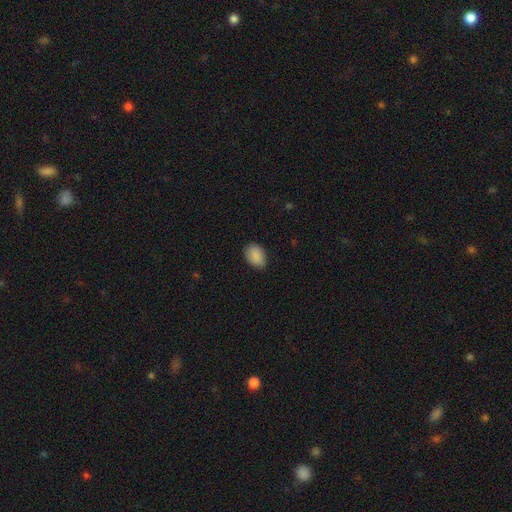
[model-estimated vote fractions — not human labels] A smooth galaxy with no disk features (90%) that is in between round and cigar-shaped (82%). Merging: none (83%).